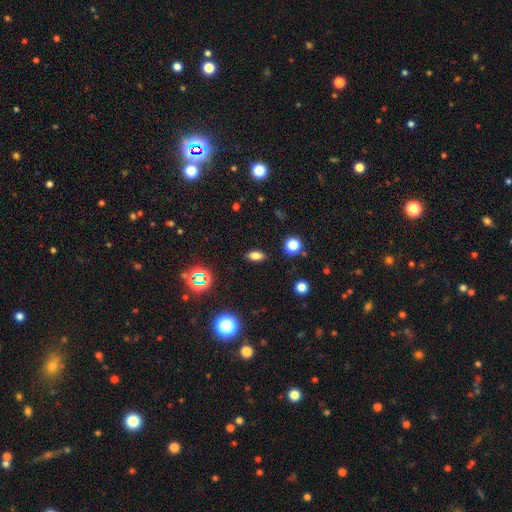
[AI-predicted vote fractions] The model was most divided on "smooth or featured": smooth: 75%, star or artifact: 17%, featured or disk: 8%. More confident: merging — none (88%); how rounded — in between (84%).